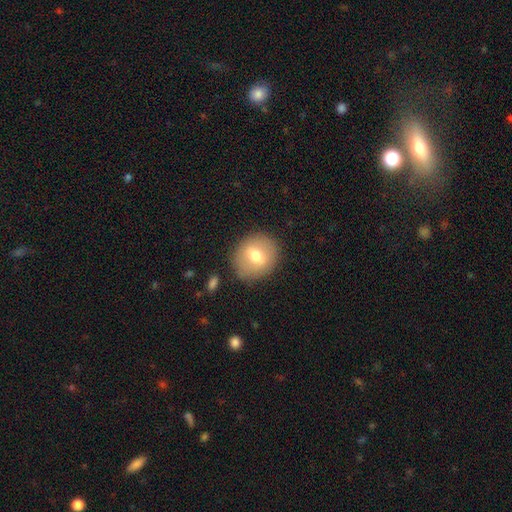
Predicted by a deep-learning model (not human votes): Morphology: type=smooth (60%); roundness=round (74%); merging=none (83%).